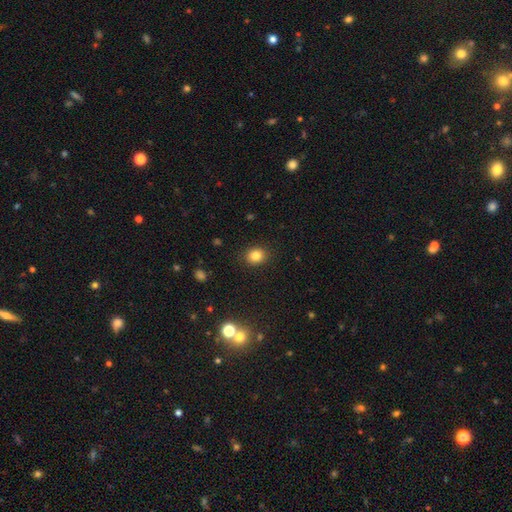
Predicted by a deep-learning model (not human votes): This is clearly a smooth galaxy (82%). How rounded: likely round (72%). Merging: clearly none (89%).